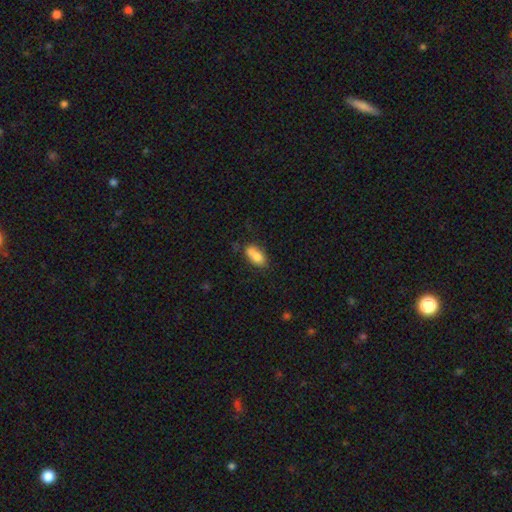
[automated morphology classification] Overall: smooth (77%). How rounded: in between (86%). Merging: none (50%; merger 22%).